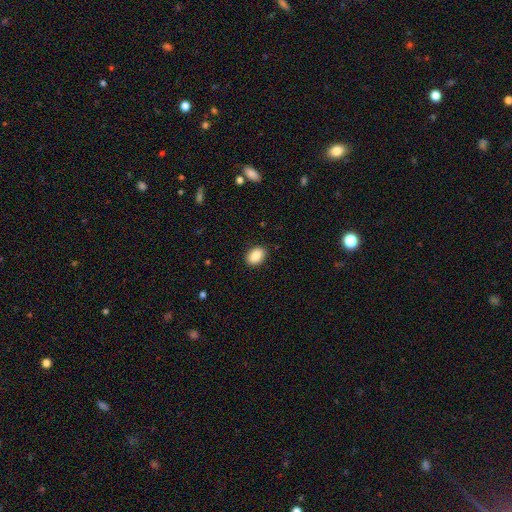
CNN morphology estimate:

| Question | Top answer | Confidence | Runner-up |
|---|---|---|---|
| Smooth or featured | smooth | 89% | star or artifact (8%) |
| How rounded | in between | 78% | round (21%) |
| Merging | none | 89% | minor disturbance (8%) |